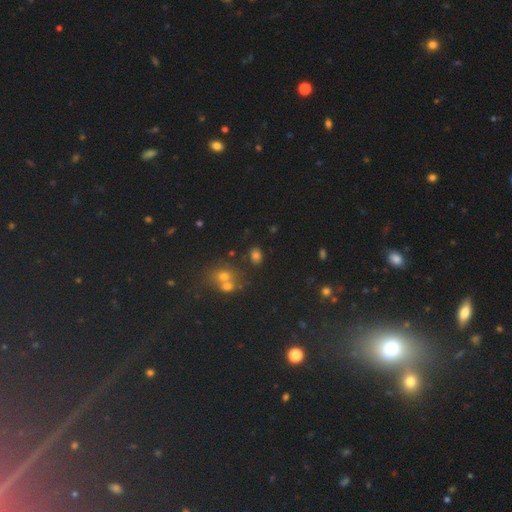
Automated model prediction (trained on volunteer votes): Smooth or featured?
  - smooth: 64% *
  - star or artifact: 27%
  - featured or disk: 9%
How rounded?
  - in between: 65% *
  - round: 33%
  - cigar-shaped: 2%
Merging?
  - none: 68% *
  - merger: 16%
  - minor disturbance: 11%
  - major disturbance: 4%